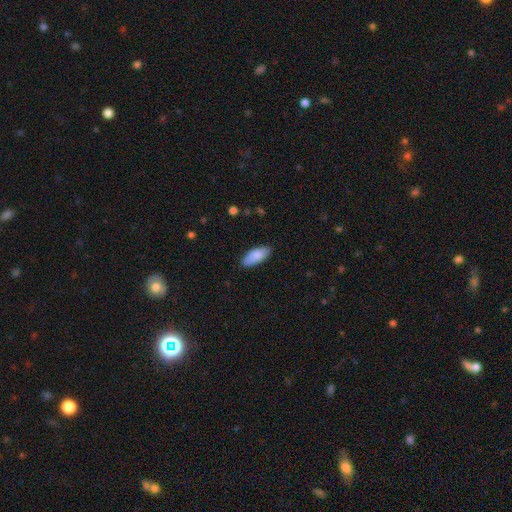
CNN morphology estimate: The model was most divided on "merging": none: 84%, minor disturbance: 13%, major disturbance: 2%, merger: 1%. More confident: smooth or featured — smooth (87%); how rounded — in between (87%).